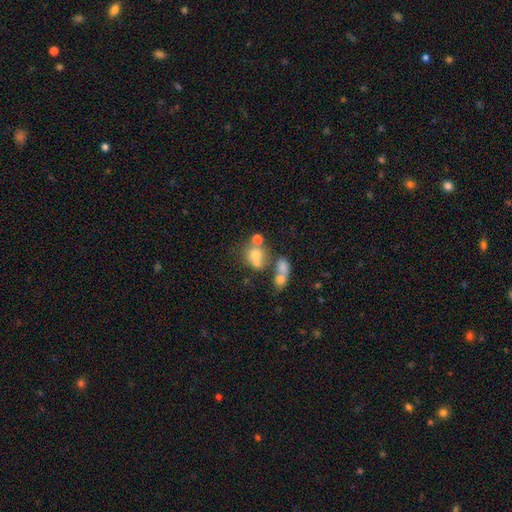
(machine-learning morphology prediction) Smooth or featured?
  - smooth: 64% *
  - featured or disk: 21%
  - star or artifact: 15%
How rounded?
  - round: 73% *
  - in between: 26%
  - cigar-shaped: 1%
Merging?
  - merger: 45% *
  - none: 37%
  - minor disturbance: 10%
  - major disturbance: 8%